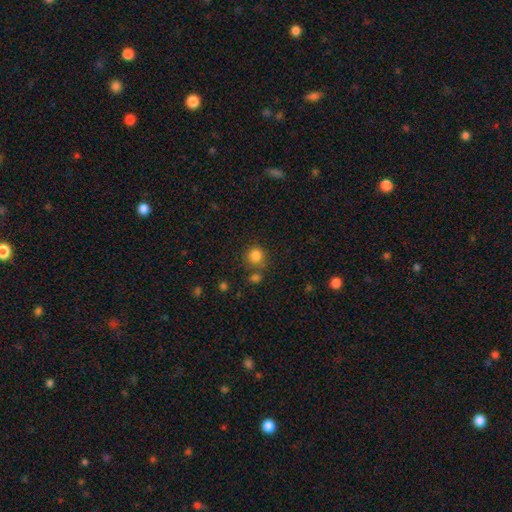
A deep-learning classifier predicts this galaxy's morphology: Q: Smooth or featured?
A: smooth (83%); runner-up: star or artifact (12%)
Q: How rounded?
A: round (90%); runner-up: in between (9%)
Q: Merging?
A: none (71%); runner-up: merger (14%)